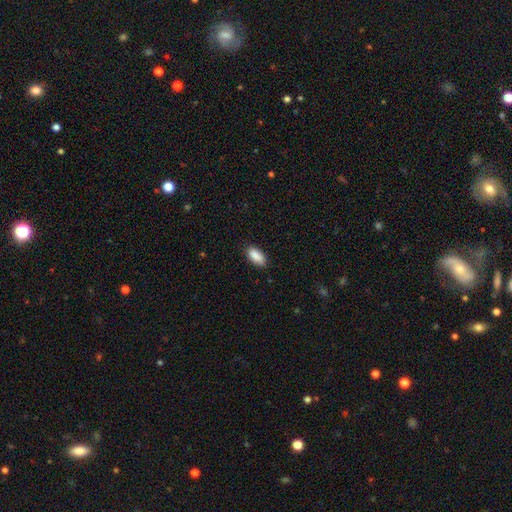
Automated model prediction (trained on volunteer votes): A smooth galaxy with no disk features (90%) that is in between round and cigar-shaped (89%). Merging: none (84%).